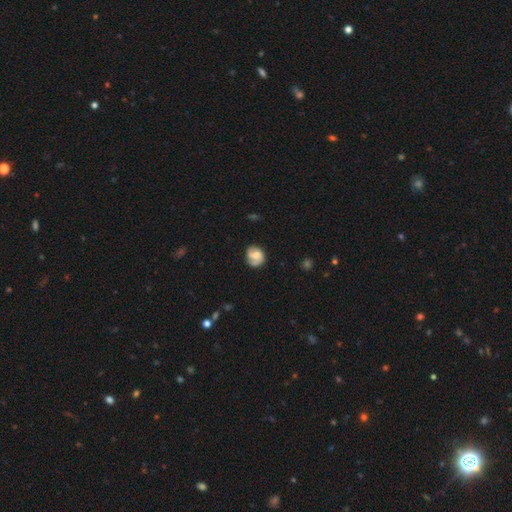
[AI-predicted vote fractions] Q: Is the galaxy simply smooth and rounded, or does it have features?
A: featured or disk — 50%.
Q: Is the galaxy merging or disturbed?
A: none — 67%.